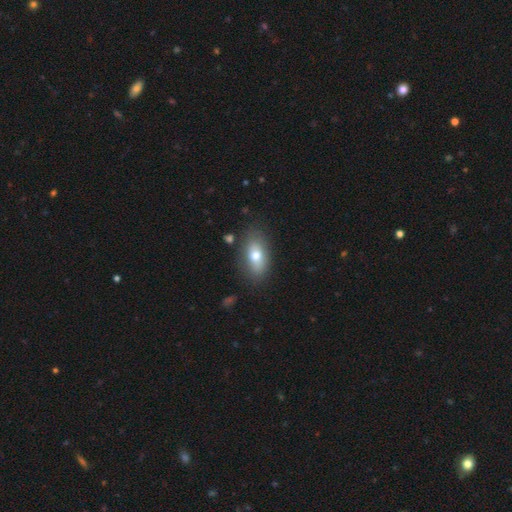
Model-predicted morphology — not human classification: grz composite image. It shows a smooth galaxy with no disk features (70%) that is in between round and cigar-shaped (88%). Merging: none (80%).